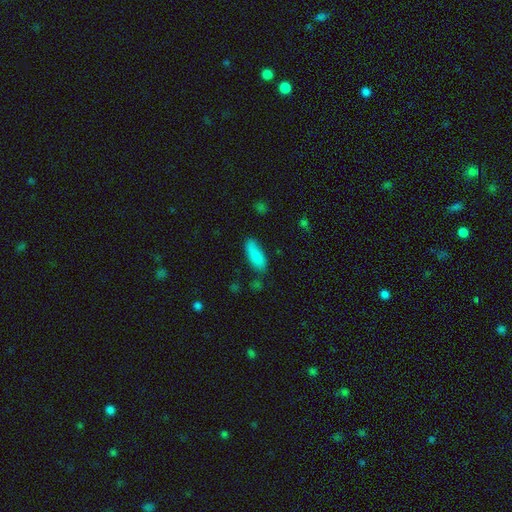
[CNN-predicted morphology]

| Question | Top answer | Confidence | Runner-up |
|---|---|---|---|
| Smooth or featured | smooth | 86% | star or artifact (7%) |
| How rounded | in between | 72% | cigar-shaped (26%) |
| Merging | none | 72% | minor disturbance (20%) |